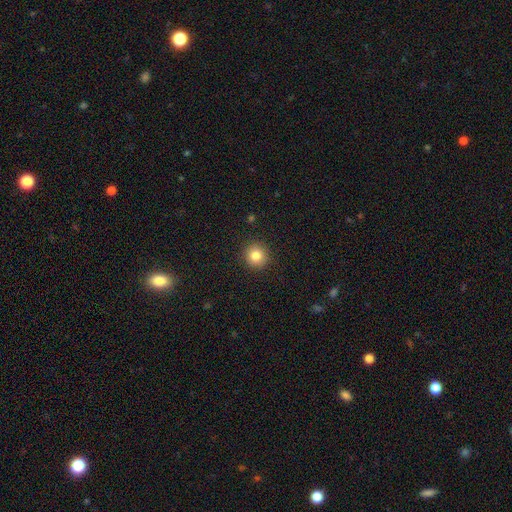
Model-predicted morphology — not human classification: smooth 82%, star or artifact 11%, featured or disk 7%. Down the decision tree: how rounded — round (93%); merging — none (92%).